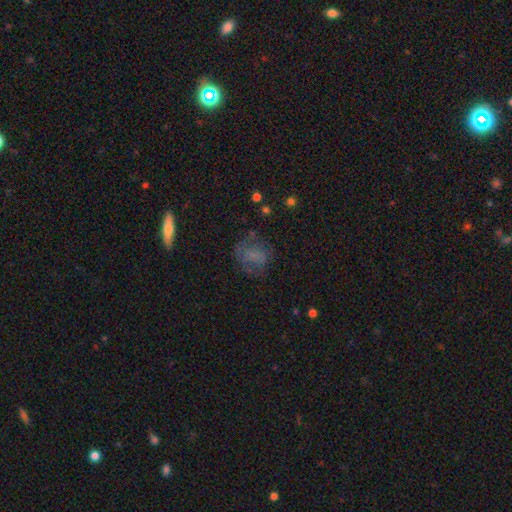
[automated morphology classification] This is possibly a smooth galaxy (52%). How rounded: possibly round (55%). Merging: possibly none (53%).